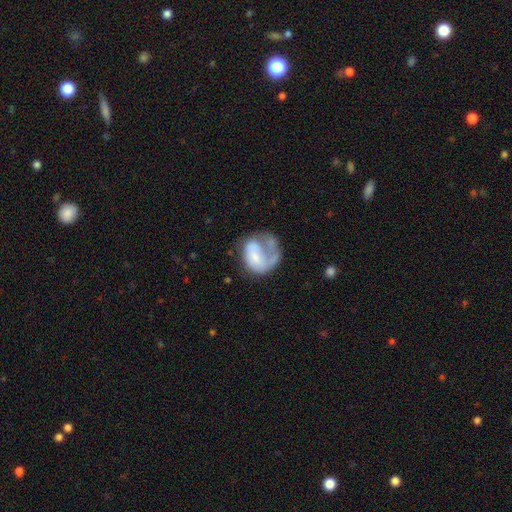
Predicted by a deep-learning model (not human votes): Smooth or featured: featured or disk — 52% (smooth — 41%)
Edge-on disk: no — 98% (yes — 2%)
Bar: no — 69% (weak — 24%)
Spiral arms: yes — 58% (no — 42%)
Bulge size: none — 35% (small — 33%)
Merging: major disturbance — 46% (none — 27%)